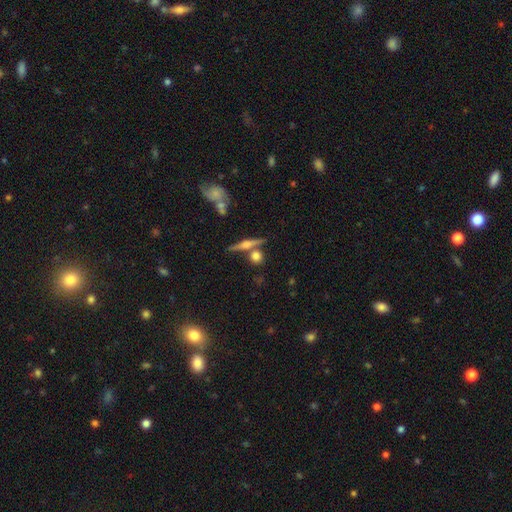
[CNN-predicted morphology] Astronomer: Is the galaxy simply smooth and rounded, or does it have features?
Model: smooth — 53% (runner-up: featured or disk, 36%).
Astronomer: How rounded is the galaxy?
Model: round — 67%.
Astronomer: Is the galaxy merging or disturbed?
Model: none — 71%.